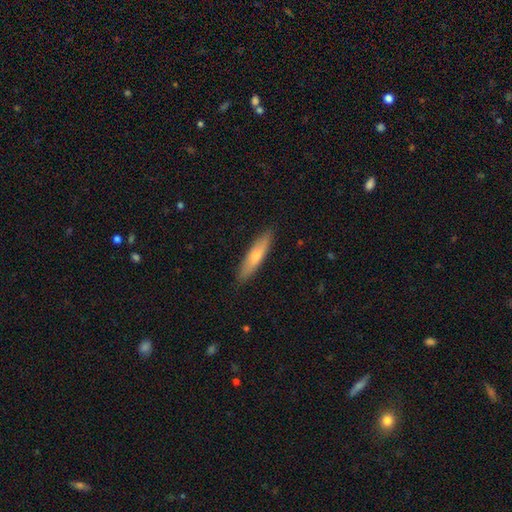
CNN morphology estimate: smooth_or_featured: smooth (p=0.64) [alt: featured or disk p=0.30]
how_rounded: cigar-shaped (p=0.81) [alt: in between p=0.17]
merging: none (p=0.88) [alt: minor disturbance p=0.09]